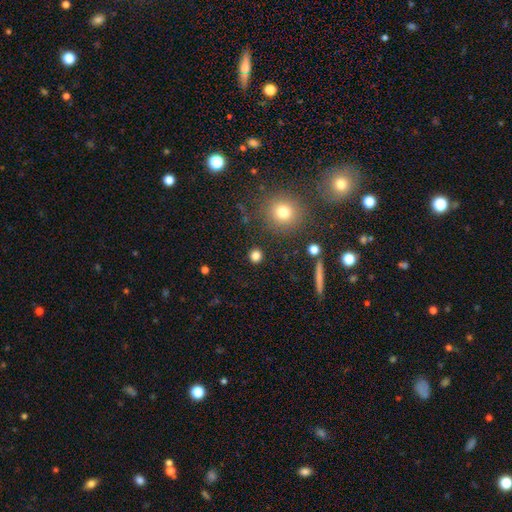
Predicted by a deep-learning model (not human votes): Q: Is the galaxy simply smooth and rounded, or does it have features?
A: smooth — 80%.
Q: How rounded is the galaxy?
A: round — 92%.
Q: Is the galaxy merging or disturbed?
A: none — 90%.